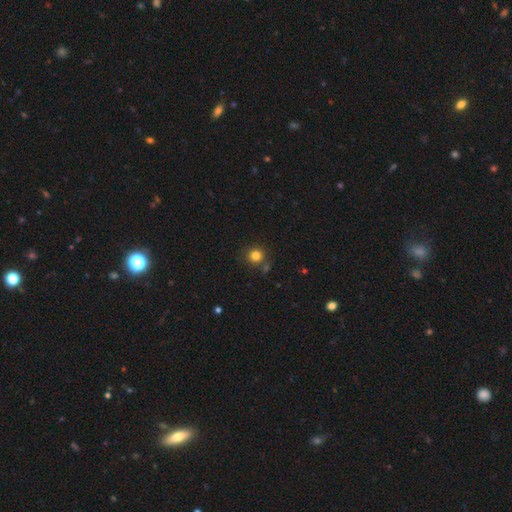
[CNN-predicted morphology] smooth 81%, star or artifact 13%, featured or disk 6%. Down the decision tree: how rounded — round (91%); merging — none (79%).